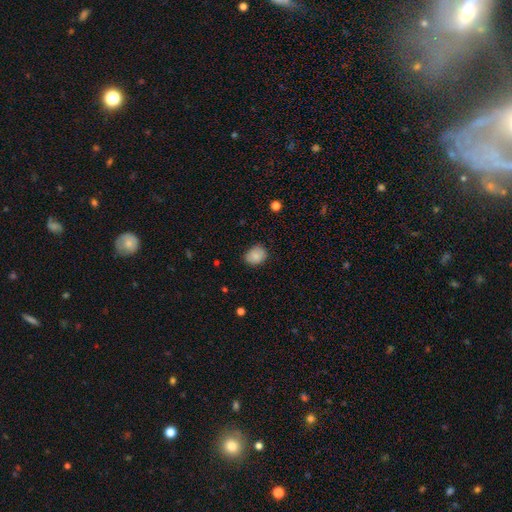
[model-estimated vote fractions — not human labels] The model was most divided on "how rounded": in between: 53%, round: 46%, cigar-shaped: 1%. More confident: smooth or featured — smooth (85%); merging — none (76%).